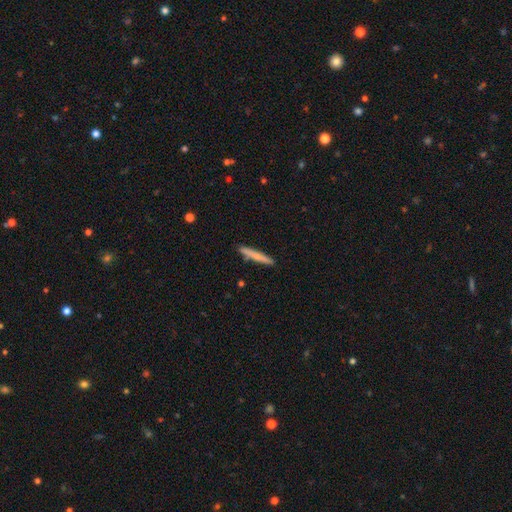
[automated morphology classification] A smooth galaxy with no disk features (70%) that is cigar-shaped (95%). Merging: none (89%).